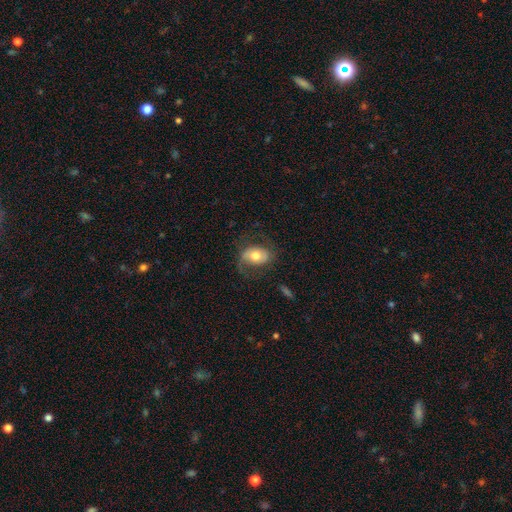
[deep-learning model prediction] Smooth or featured?
  - featured or disk: 48% *
  - smooth: 44%
  - star or artifact: 7%
Merging?
  - none: 62% *
  - minor disturbance: 20%
  - major disturbance: 17%
  - merger: 2%